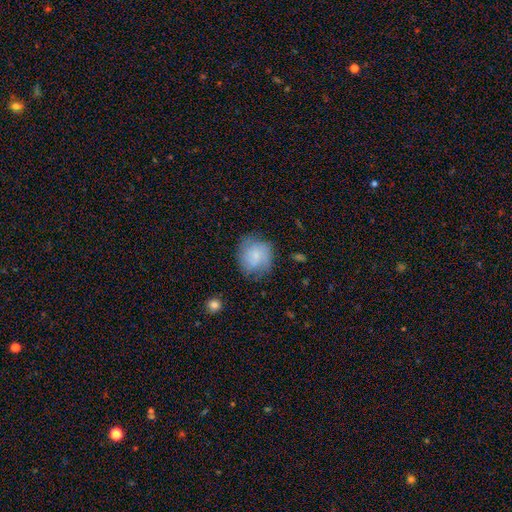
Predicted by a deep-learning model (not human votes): smooth 64%, featured or disk 28%, star or artifact 8%. Down the decision tree: how rounded — round (80%); merging — none (68%).